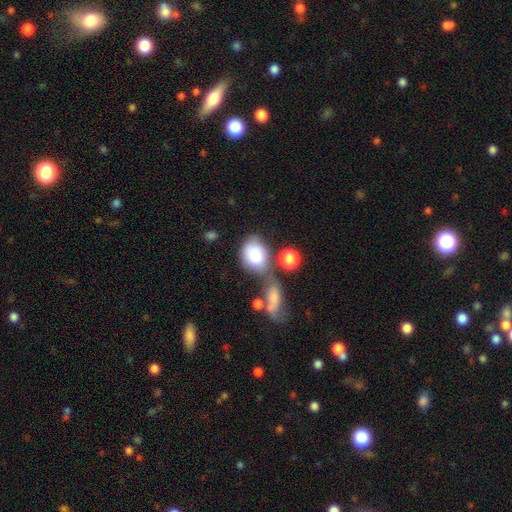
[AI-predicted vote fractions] smooth-or-featured: smooth: 78% | featured or disk: 14% | star or artifact: 8%
  how-rounded: in between: 66% | round: 32% | cigar-shaped: 2%
  merging: merger: 34% | none: 33% | minor disturbance: 20% | major disturbance: 13%